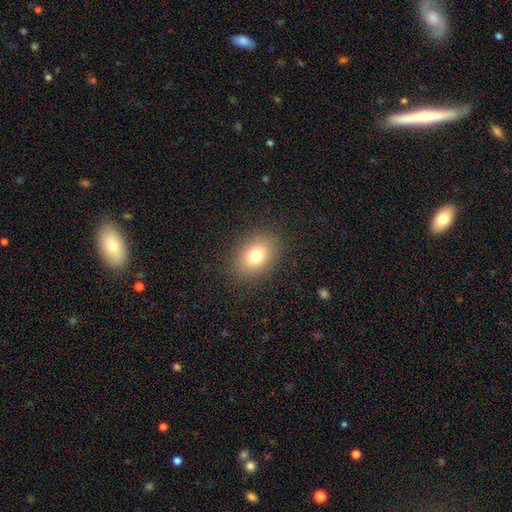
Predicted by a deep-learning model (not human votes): Smooth or featured: smooth — 78% (star or artifact — 11%)
How rounded: in between — 72% (round — 27%)
Merging: none — 86% (minor disturbance — 9%)